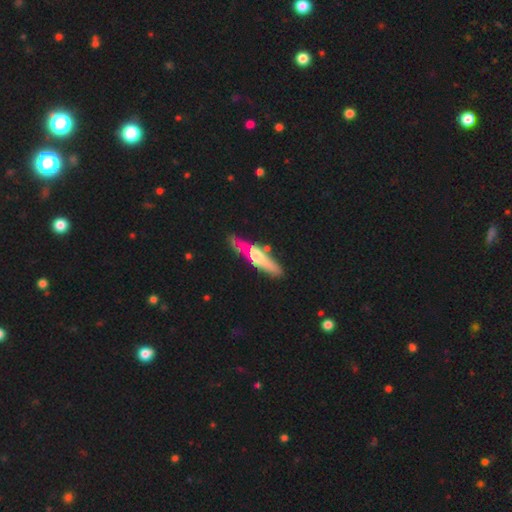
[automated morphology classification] This appears to be a featured or disk galaxy (55%) viewed edge-on (74%). Merging: none (67%).